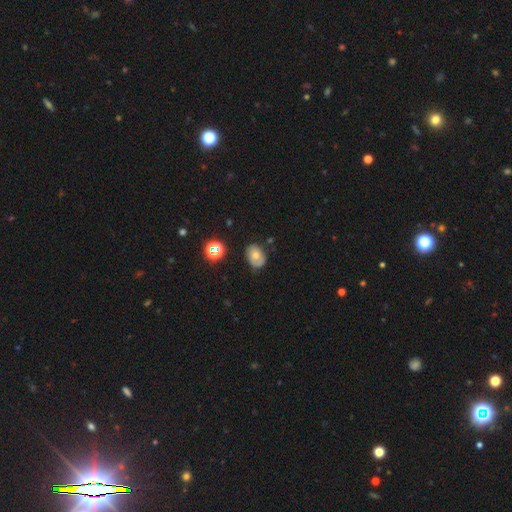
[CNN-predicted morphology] smooth 58%, featured or disk 30%, star or artifact 12%. Down the decision tree: how rounded — in between (70%); merging — none (68%).